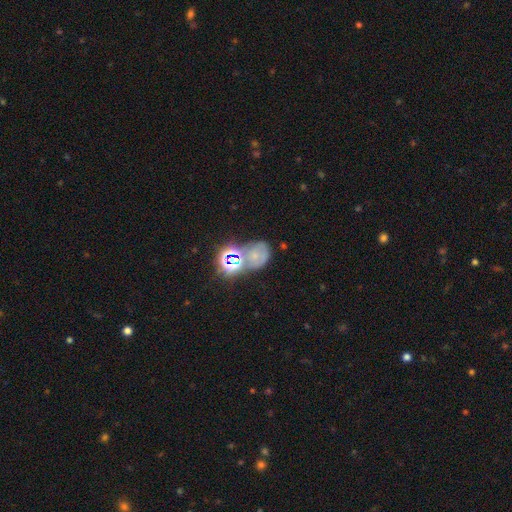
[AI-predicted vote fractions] This is marginally a smooth galaxy (41%). Merging: marginally none (39%).